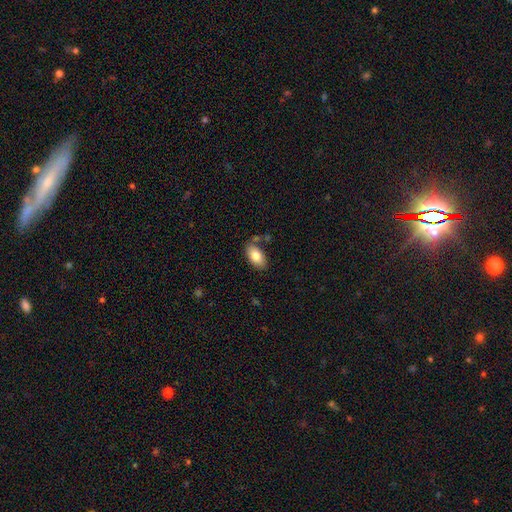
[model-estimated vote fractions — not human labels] Morphology: type=smooth (81%); roundness=in between (94%); merging=none (77%).